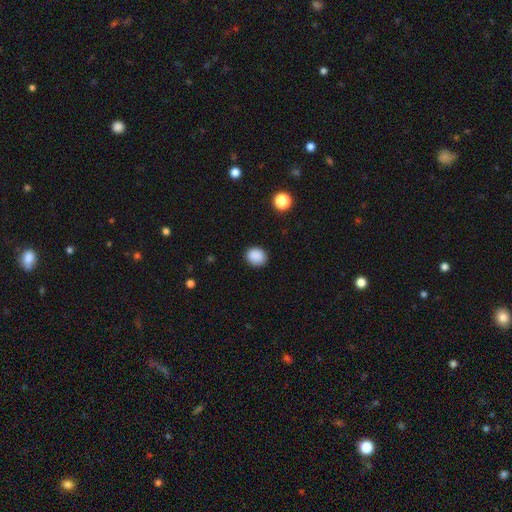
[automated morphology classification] Smooth or featured? smooth (88%)
How rounded? round (74%)
Merging? none (89%)